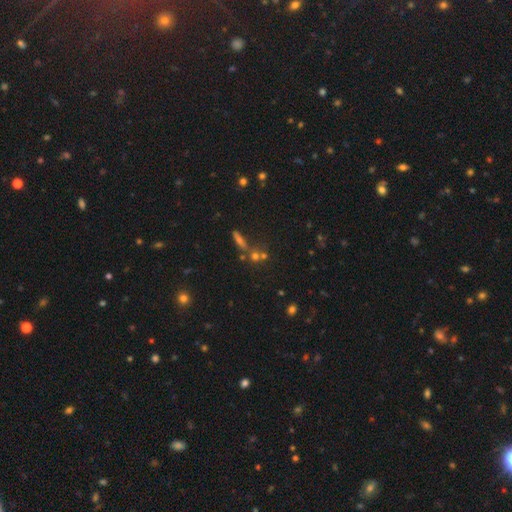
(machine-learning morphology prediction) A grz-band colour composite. It shows a smooth galaxy with no disk features (41%). Merging: none (55%).